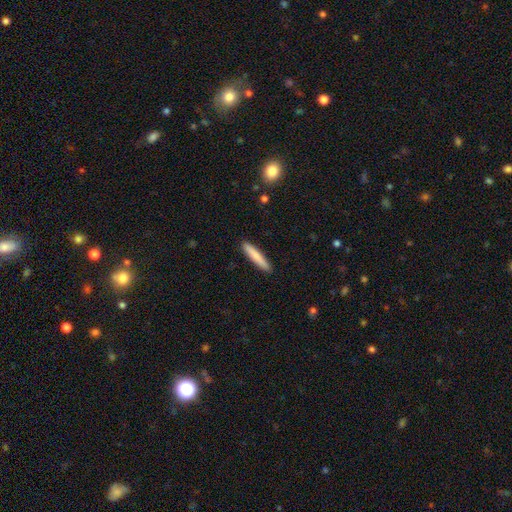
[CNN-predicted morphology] smooth-or-featured: smooth: 80% | featured or disk: 14% | star or artifact: 6%
  how-rounded: cigar-shaped: 93% | in between: 6% | round: 1%
  merging: none: 91% | minor disturbance: 6% | major disturbance: 1% | merger: 1%